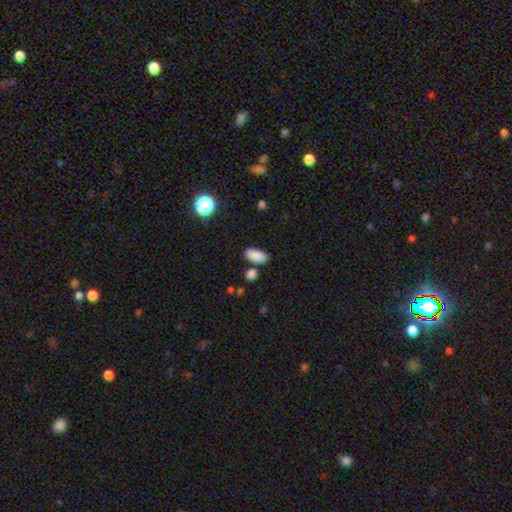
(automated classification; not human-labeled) Smooth or featured?
  - smooth: 87% *
  - star or artifact: 9%
  - featured or disk: 4%
How rounded?
  - in between: 90% *
  - cigar-shaped: 7%
  - round: 4%
Merging?
  - none: 79% *
  - minor disturbance: 10%
  - merger: 8%
  - major disturbance: 3%